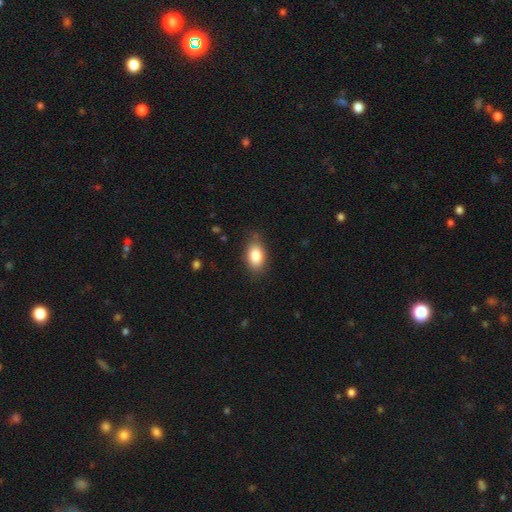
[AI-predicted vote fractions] Smooth or featured: smooth — 84% (featured or disk — 8%)
How rounded: in between — 88% (round — 10%)
Merging: none — 80% (minor disturbance — 15%)